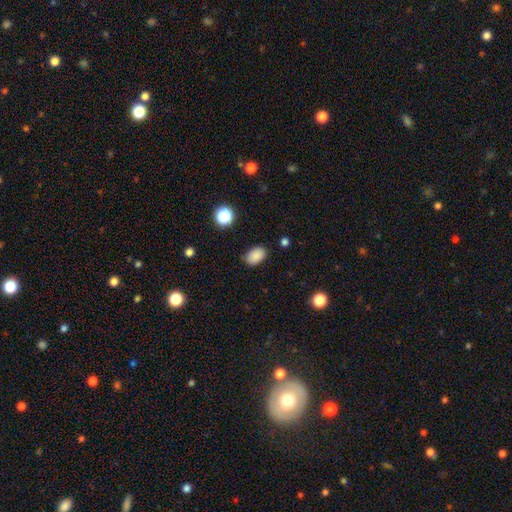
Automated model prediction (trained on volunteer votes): This is clearly a smooth galaxy (87%). How rounded: clearly in between (85%). Merging: clearly none (82%).